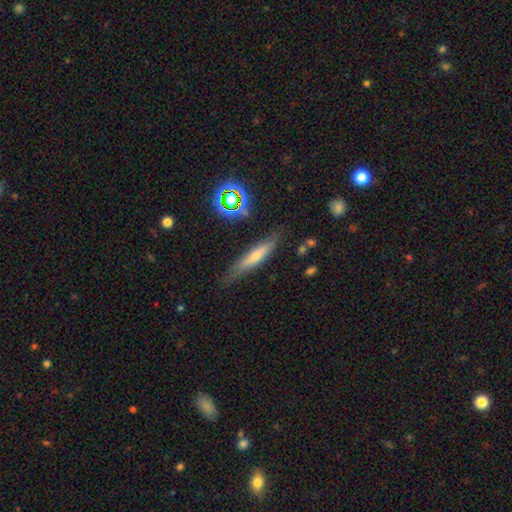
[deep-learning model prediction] Smooth or featured?
  - smooth: 48% *
  - featured or disk: 41%
  - star or artifact: 11%
Merging?
  - none: 77% *
  - minor disturbance: 16%
  - major disturbance: 4%
  - merger: 2%